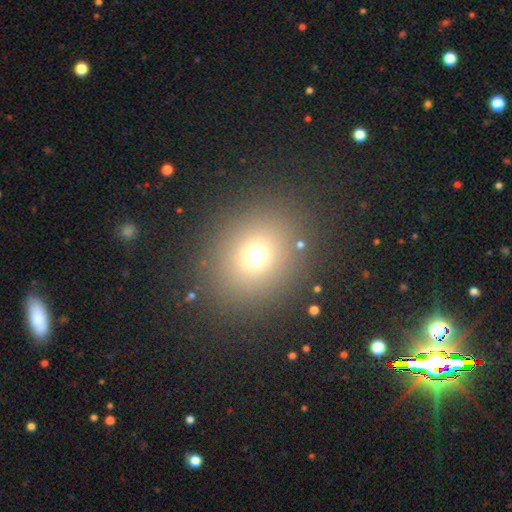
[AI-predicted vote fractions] smooth-or-featured: smooth: 69% | star or artifact: 21% | featured or disk: 10%
  how-rounded: round: 70% | in between: 29% | cigar-shaped: 1%
  merging: none: 86% | minor disturbance: 7% | major disturbance: 4% | merger: 2%